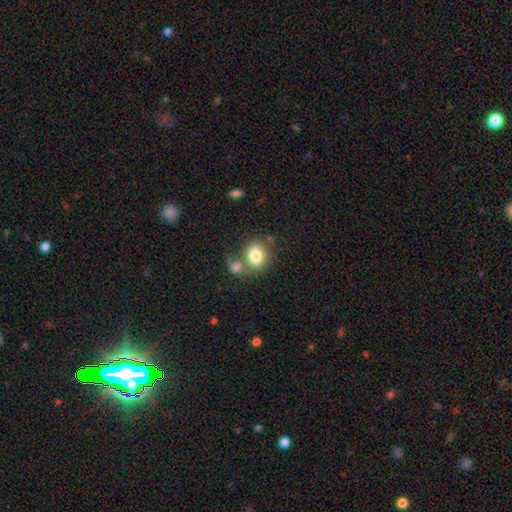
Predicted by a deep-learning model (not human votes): smooth_or_featured: smooth (p=0.81) [alt: featured or disk p=0.11]
how_rounded: round (p=0.50) [alt: in between p=0.49]
merging: none (p=0.43) [alt: merger p=0.39]